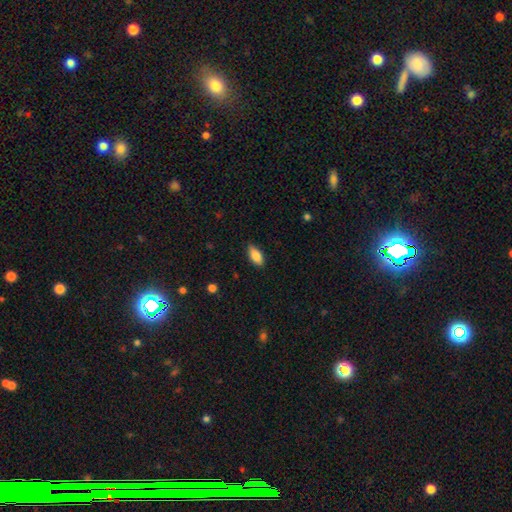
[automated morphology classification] Smooth or featured? Predicted: smooth (p=0.82). How rounded? Predicted: in between (p=0.86). Merging? Predicted: none (p=0.85).